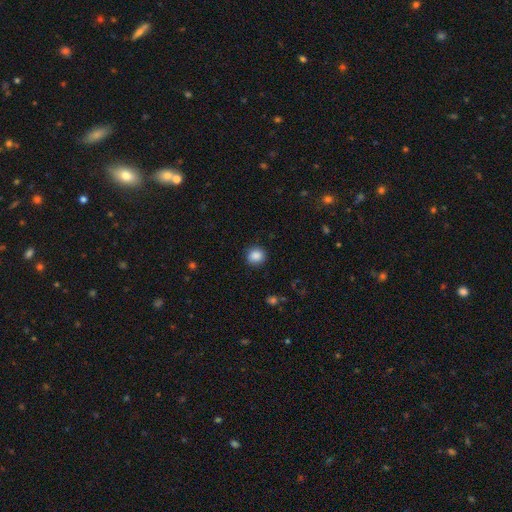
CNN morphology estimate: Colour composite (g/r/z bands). It shows a smooth galaxy with no disk features (87%) that is round (84%). Merging: none (89%).